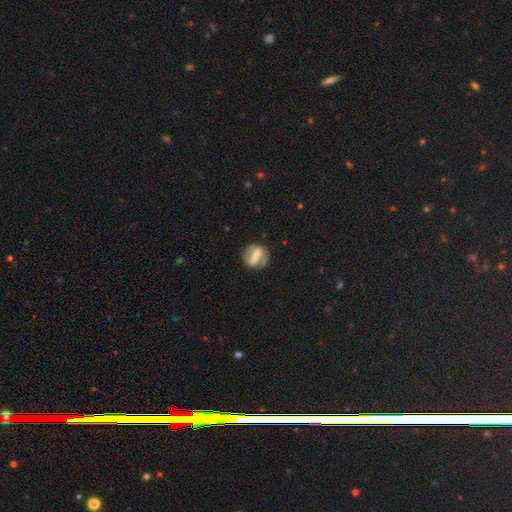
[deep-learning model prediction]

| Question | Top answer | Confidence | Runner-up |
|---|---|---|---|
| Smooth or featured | featured or disk | 55% | smooth (38%) |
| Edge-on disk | no | 92% | yes (8%) |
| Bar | strong | 63% | weak (22%) |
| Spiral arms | no | 57% | yes (43%) |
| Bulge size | small | 33% | moderate (31%) |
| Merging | none | 70% | minor disturbance (18%) |